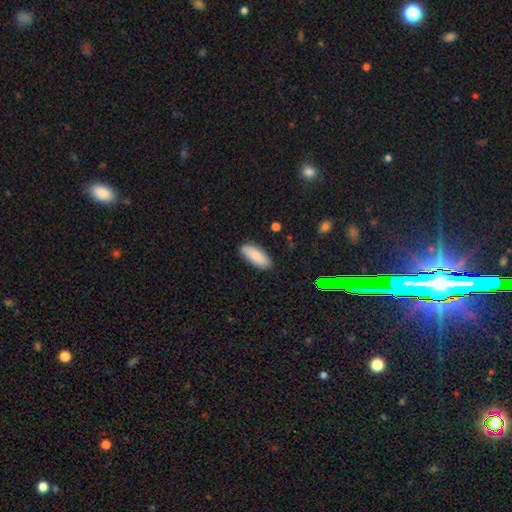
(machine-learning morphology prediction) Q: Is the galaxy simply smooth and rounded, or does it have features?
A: smooth — 82%.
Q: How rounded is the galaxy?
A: in between — 83%.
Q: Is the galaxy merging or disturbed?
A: none — 84%.